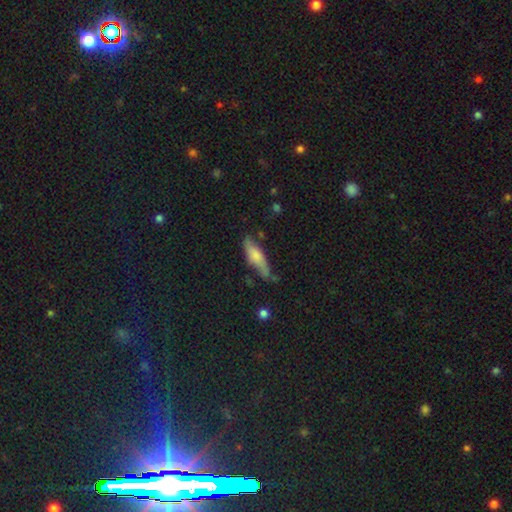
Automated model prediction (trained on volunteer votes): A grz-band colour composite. It shows a smooth galaxy with no disk features (63%) that is cigar-shaped (60%). Merging: none (63%).